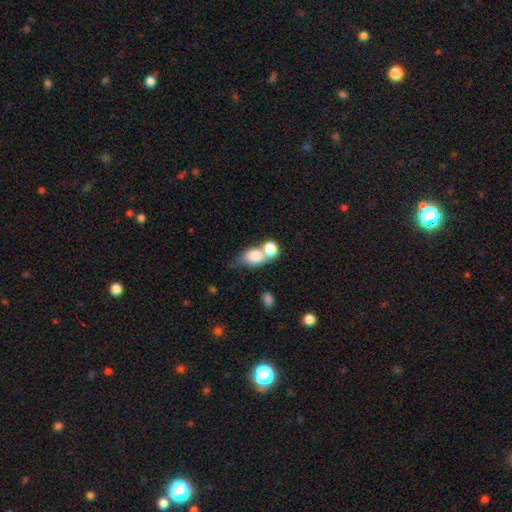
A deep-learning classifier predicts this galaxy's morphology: The model was most divided on "merging": merger: 59%, none: 25%, minor disturbance: 10%, major disturbance: 6%. More confident: smooth or featured — smooth (77%); how rounded — in between (70%).